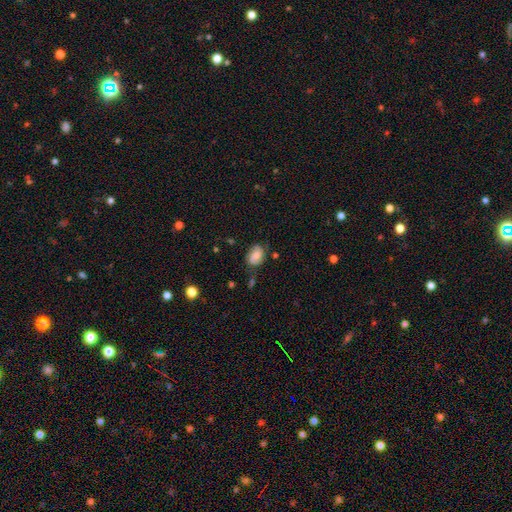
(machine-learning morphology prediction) Smooth or featured?
  - smooth: 60% *
  - featured or disk: 30%
  - star or artifact: 10%
How rounded?
  - in between: 78% *
  - round: 21%
  - cigar-shaped: 1%
Merging?
  - none: 65% *
  - minor disturbance: 24%
  - major disturbance: 7%
  - merger: 3%